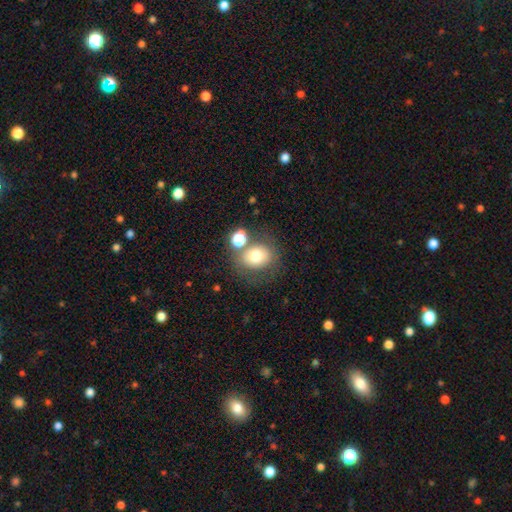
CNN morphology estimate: Smooth or featured? Predicted: smooth (p=0.71). How rounded? Predicted: round (p=0.64). Merging? Predicted: none (p=0.58).